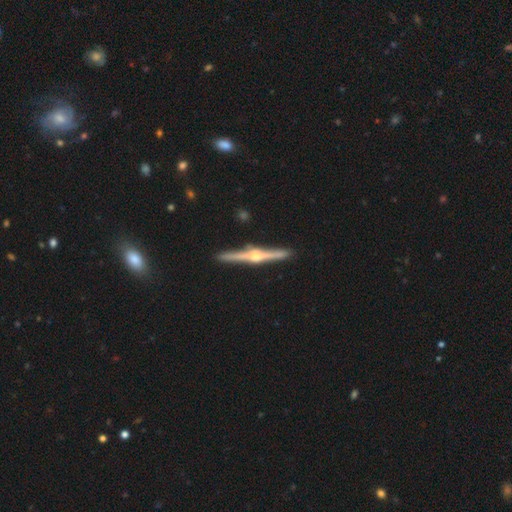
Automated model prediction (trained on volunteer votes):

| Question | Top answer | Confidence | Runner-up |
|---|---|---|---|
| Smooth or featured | featured or disk | 87% | smooth (9%) |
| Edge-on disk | yes | 99% | no (1%) |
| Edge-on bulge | rounded | 93% | boxy (4%) |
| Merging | none | 91% | minor disturbance (6%) |